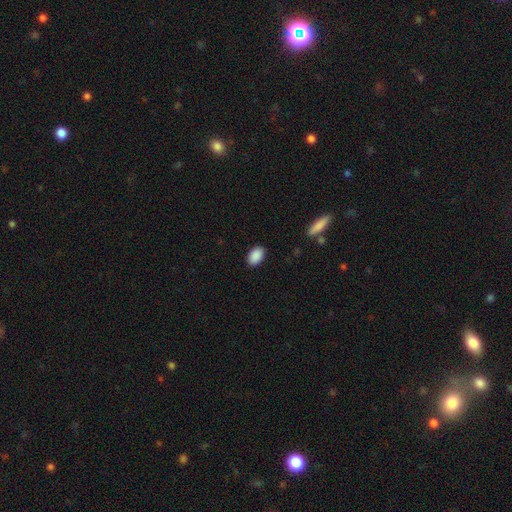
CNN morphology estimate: This is clearly a smooth galaxy (90%). How rounded: clearly in between (90%). Merging: clearly none (89%).